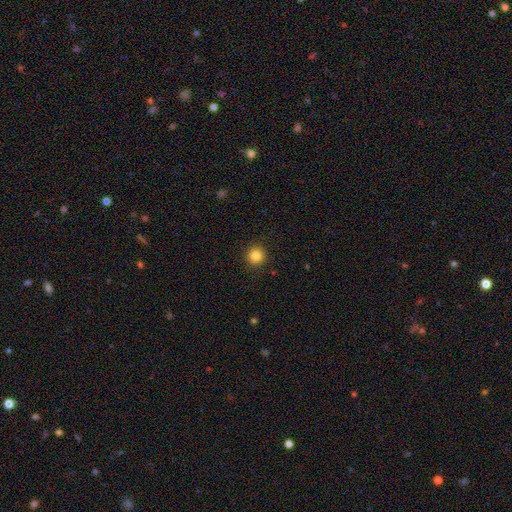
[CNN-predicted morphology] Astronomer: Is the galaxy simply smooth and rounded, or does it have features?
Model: smooth — 83%.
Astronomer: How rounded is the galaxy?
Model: round — 95%.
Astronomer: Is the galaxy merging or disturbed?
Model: none — 93%.